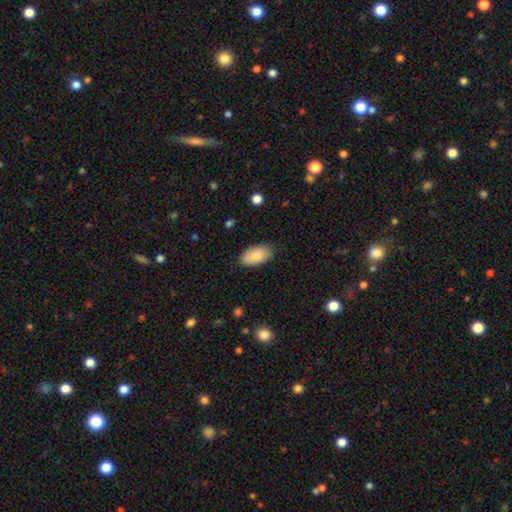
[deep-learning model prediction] Overall: smooth (85%). How rounded: in between (95%). Merging: none (85%).